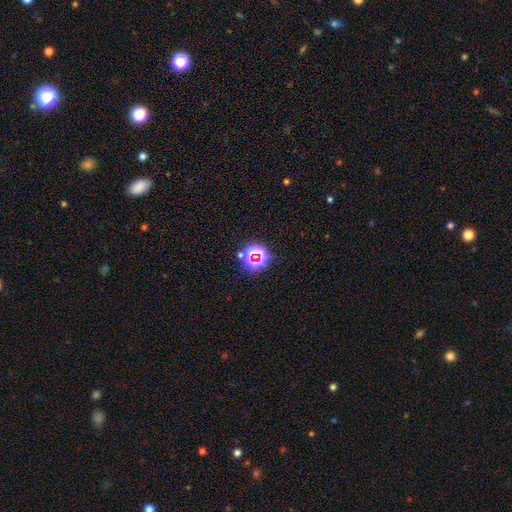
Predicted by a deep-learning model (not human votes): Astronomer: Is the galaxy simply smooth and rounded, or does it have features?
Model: star or artifact — 59%.